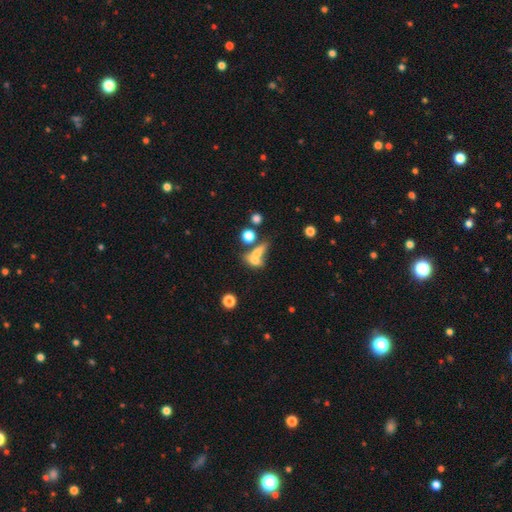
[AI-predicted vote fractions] Overall: smooth (62%; featured or disk 23%). How rounded: in between (51%; round 27%). Merging: merger (51%; none 29%).